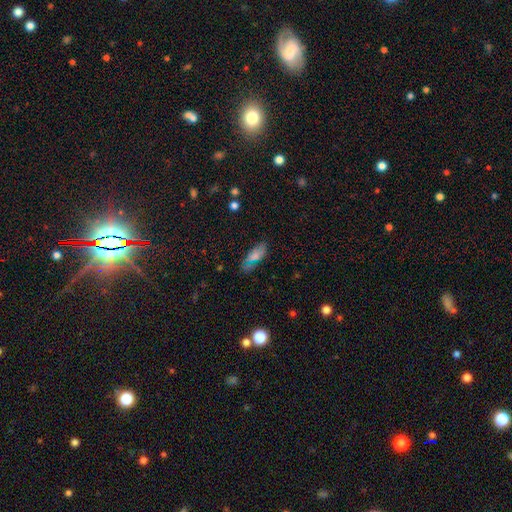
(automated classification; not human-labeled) Smooth or featured? Predicted: smooth (p=0.58). How rounded? Predicted: in between (p=0.68). Merging? Predicted: none (p=0.67).